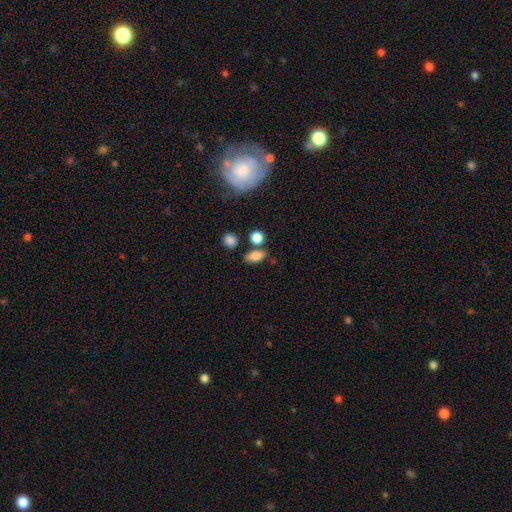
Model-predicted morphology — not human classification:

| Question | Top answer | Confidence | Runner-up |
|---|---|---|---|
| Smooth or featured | smooth | 82% | star or artifact (11%) |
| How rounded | in between | 82% | round (14%) |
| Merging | none | 70% | minor disturbance (14%) |